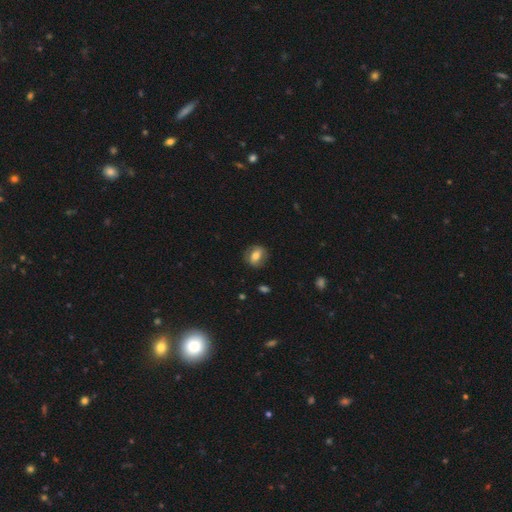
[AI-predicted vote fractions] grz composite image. It shows a smooth galaxy with no disk features (65%) that is in between round and cigar-shaped (52%). Merging: none (81%).